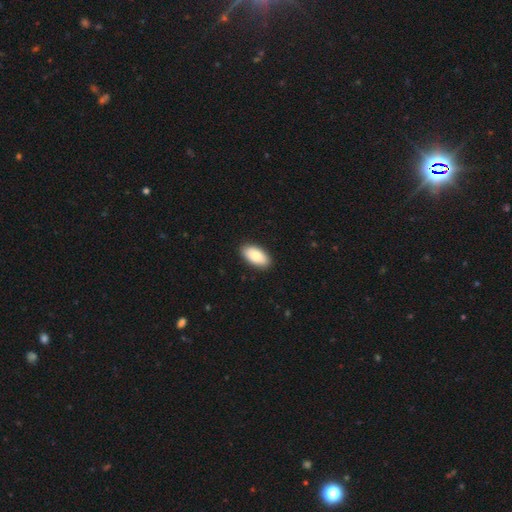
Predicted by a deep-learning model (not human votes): Overall: smooth (85%). How rounded: in between (94%). Merging: none (90%).